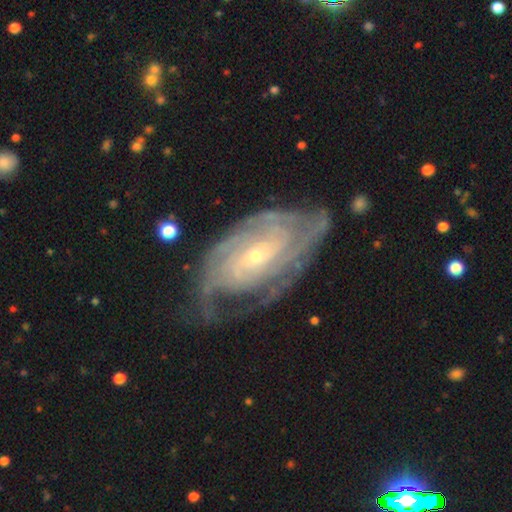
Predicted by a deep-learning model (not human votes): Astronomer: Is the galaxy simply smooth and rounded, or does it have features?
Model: featured or disk — 87%.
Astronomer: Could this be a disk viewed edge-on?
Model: no — 95%.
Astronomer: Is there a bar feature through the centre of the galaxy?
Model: no — 57%.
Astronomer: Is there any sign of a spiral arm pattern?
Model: yes — 95%.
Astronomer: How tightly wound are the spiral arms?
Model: tight — 73%.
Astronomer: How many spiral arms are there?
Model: can't tell — 38% (runner-up: 2, 19%).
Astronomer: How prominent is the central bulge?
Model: small — 80%.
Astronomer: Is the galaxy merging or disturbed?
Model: none — 65%.